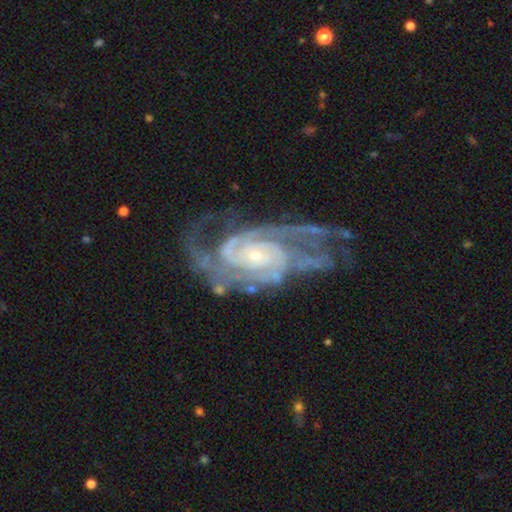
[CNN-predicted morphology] featured or disk 92%, star or artifact 5%, smooth 3%. Down the decision tree: edge-on disk — no (97%); bar — no (67%); spiral arms — yes (98%); spiral arm count — 2 (37%); spiral winding — tight (57%); bulge size — small (77%); merging — none (61%).